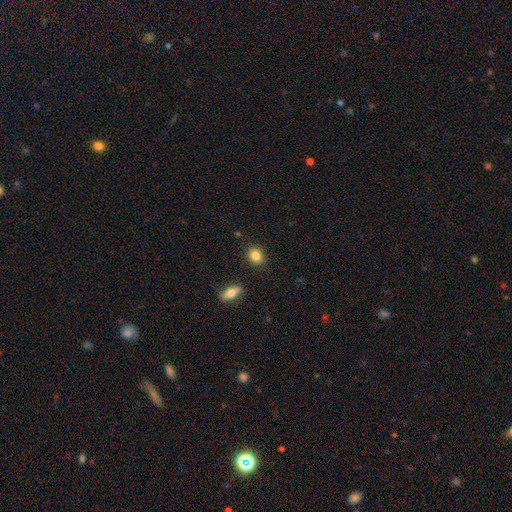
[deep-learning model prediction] A smooth galaxy with no disk features (85%) that is round (62%).

Vote fractions:
- Smooth or featured? smooth: 85% / star or artifact: 9% / featured or disk: 6%
- How rounded? round: 62% / in between: 36% / cigar-shaped: 2%
- Merging? none: 87% / minor disturbance: 9% / merger: 2% / major disturbance: 2%